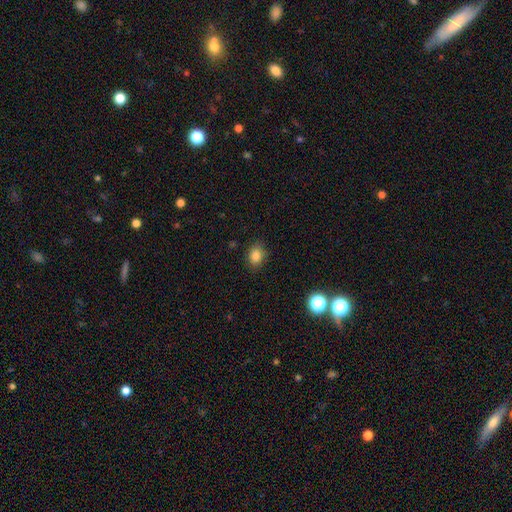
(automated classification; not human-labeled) smooth 84%, star or artifact 11%, featured or disk 5%. Down the decision tree: how rounded — in between (62%); merging — none (85%).